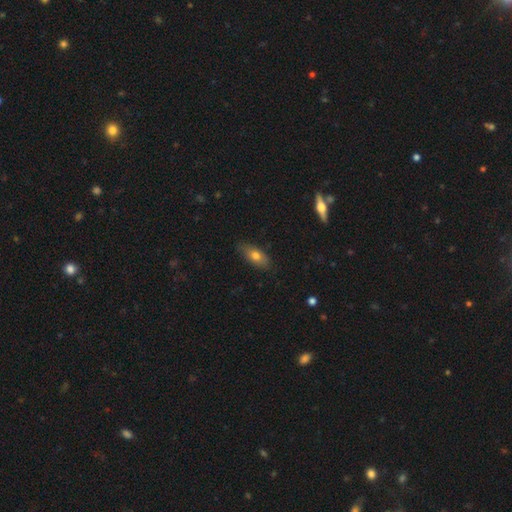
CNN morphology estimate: The model was most divided on "smooth or featured": smooth: 72%, featured or disk: 21%, star or artifact: 7%. More confident: merging — none (81%); how rounded — in between (81%).